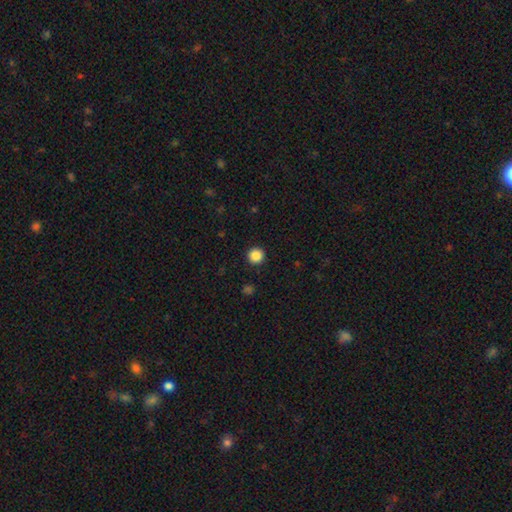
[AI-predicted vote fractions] smooth 87%, star or artifact 10%, featured or disk 3%. Down the decision tree: how rounded — round (96%); merging — none (93%).